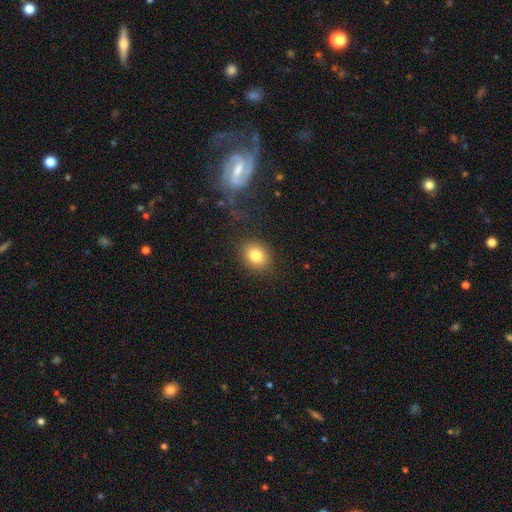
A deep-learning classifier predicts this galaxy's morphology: smooth 81%, star or artifact 10%, featured or disk 9%. Down the decision tree: how rounded — round (53%); merging — none (84%).